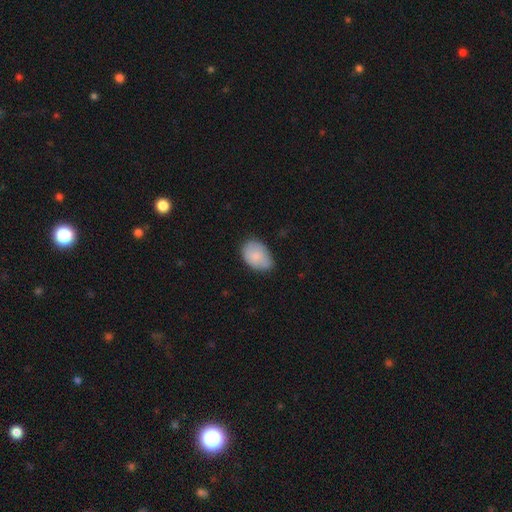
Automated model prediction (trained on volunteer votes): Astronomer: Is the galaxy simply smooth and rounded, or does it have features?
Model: smooth — 83%.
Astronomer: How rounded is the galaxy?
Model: in between — 84%.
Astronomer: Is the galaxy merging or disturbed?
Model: none — 64%.